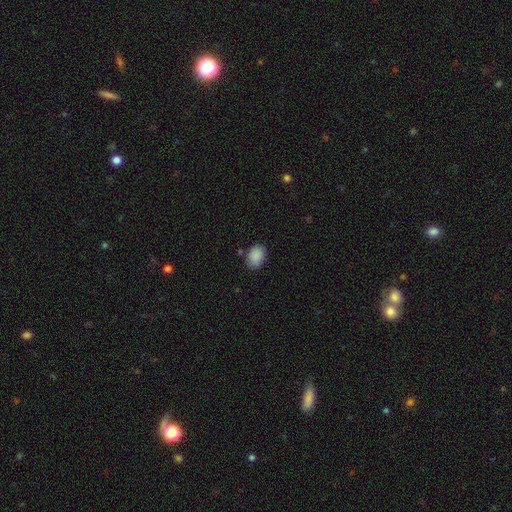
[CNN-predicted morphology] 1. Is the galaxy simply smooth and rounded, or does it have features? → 89% smooth, 7% star or artifact, 3% featured or disk.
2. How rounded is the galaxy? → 80% in between, 19% round, 1% cigar-shaped.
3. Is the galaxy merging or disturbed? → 80% none, 14% minor disturbance, 3% major disturbance, 3% merger.